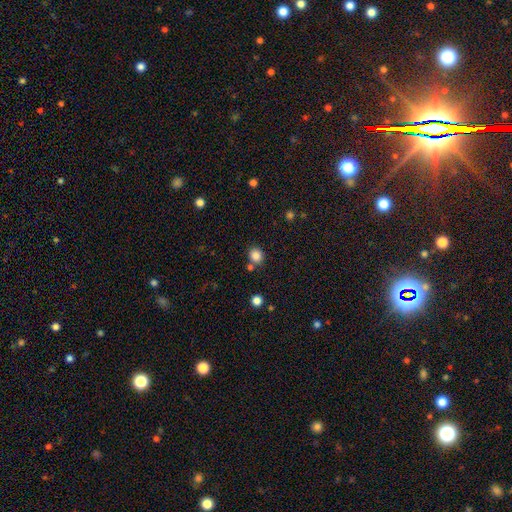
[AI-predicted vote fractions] A smooth galaxy with no disk features (84%) that is round (76%).

Vote fractions:
- Smooth or featured? smooth: 84% / star or artifact: 11% / featured or disk: 5%
- How rounded? round: 76% / in between: 23% / cigar-shaped: 1%
- Merging? none: 74% / merger: 13% / minor disturbance: 10% / major disturbance: 3%